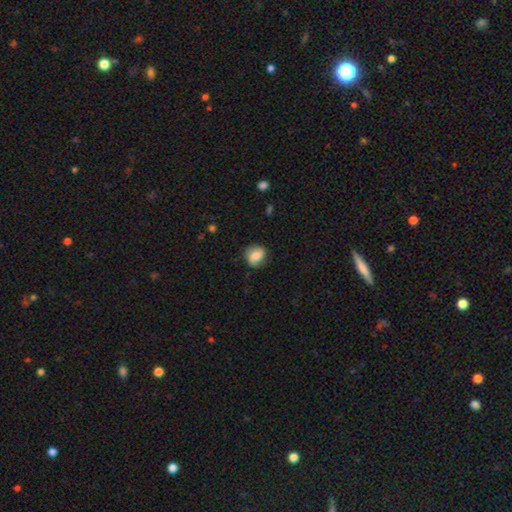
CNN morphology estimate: Smooth or featured?
  - smooth: 60% *
  - featured or disk: 31%
  - star or artifact: 8%
How rounded?
  - round: 69% *
  - in between: 30%
  - cigar-shaped: 1%
Merging?
  - none: 75% *
  - minor disturbance: 18%
  - major disturbance: 6%
  - merger: 1%